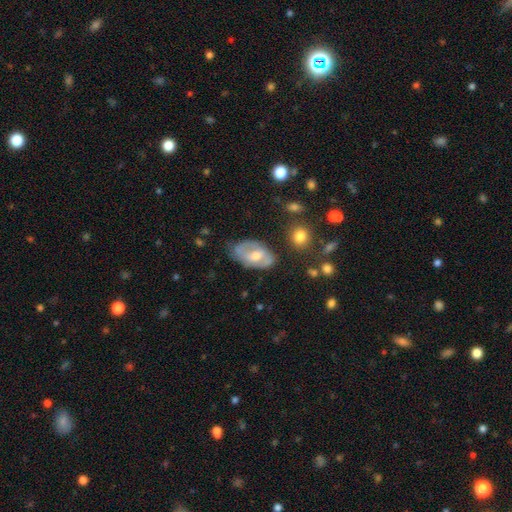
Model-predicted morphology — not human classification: smooth_or_featured: featured or disk (p=0.62) [alt: smooth p=0.31]
disk_edge_on: no (p=0.93) [alt: yes p=0.07]
bar: weak (p=0.47) [alt: no p=0.32]
has_spiral_arms: yes (p=0.65) [alt: no p=0.35]
bulge_size: moderate (p=0.65) [alt: small p=0.26]
merging: none (p=0.67) [alt: minor disturbance p=0.23]